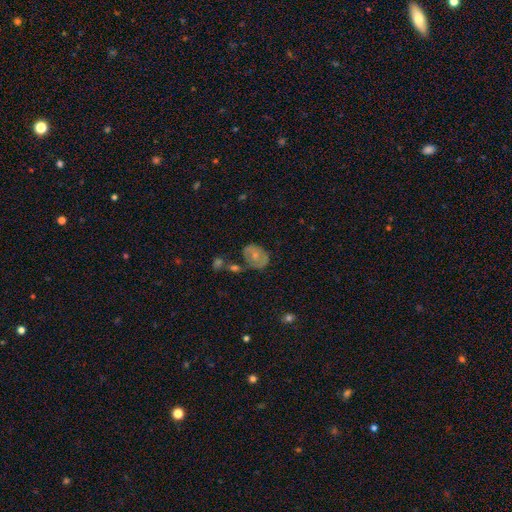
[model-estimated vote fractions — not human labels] smooth-or-featured: smooth: 52% | featured or disk: 39% | star or artifact: 9%
  how-rounded: in between: 63% | round: 36% | cigar-shaped: 1%
  merging: none: 50% | minor disturbance: 27% | major disturbance: 13% | merger: 11%